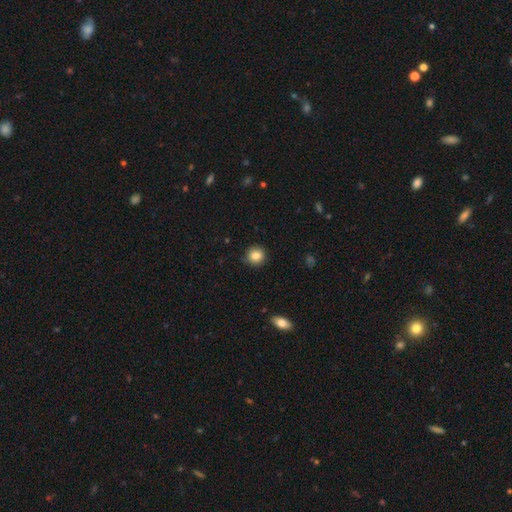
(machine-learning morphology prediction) smooth 85%, star or artifact 10%, featured or disk 5%. Down the decision tree: how rounded — round (91%); merging — none (88%).